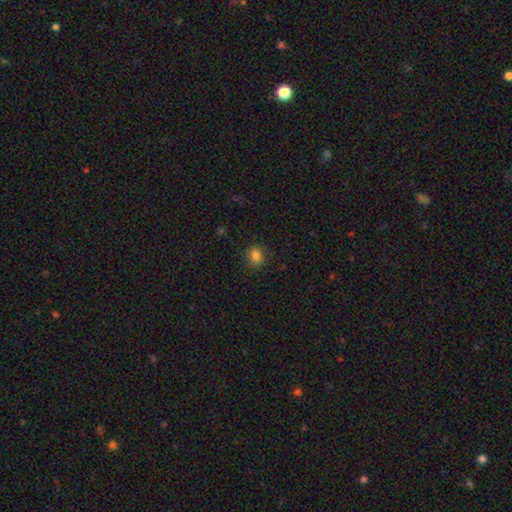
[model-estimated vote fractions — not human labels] Morphology: type=smooth (82%); roundness=round (77%); merging=none (89%).